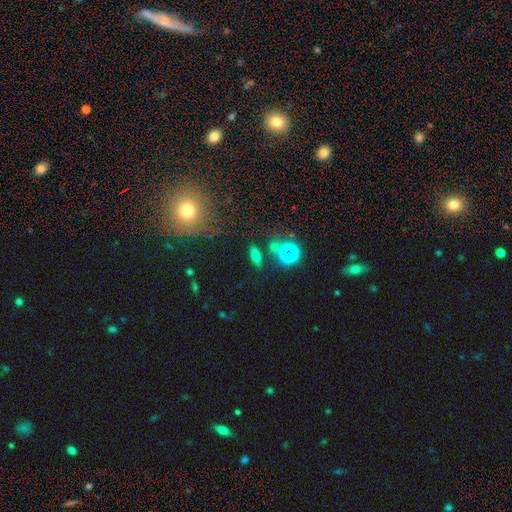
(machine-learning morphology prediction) Smooth or featured? Predicted: smooth (p=0.63). How rounded? Predicted: in between (p=0.60). Merging? Predicted: none (p=0.81).